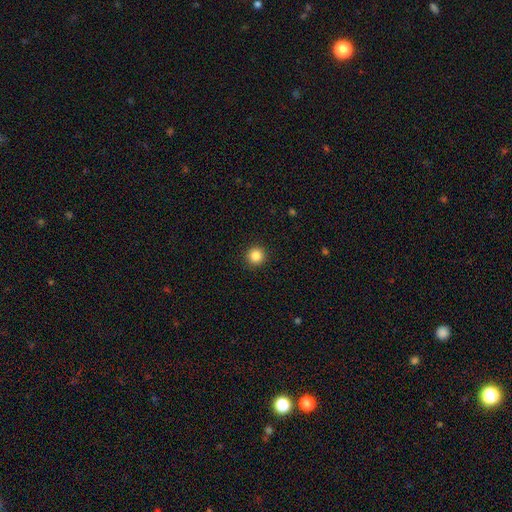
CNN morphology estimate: The model was most divided on "smooth or featured": smooth: 85%, star or artifact: 11%, featured or disk: 4%. More confident: how rounded — round (95%); merging — none (93%).